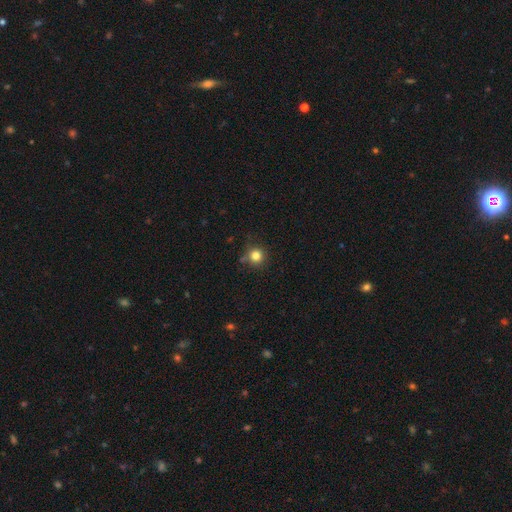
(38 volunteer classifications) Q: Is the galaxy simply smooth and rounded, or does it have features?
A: smooth — 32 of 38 (84%).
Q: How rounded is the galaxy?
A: round — 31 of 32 (97%).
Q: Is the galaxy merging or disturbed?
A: none — 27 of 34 (79%).